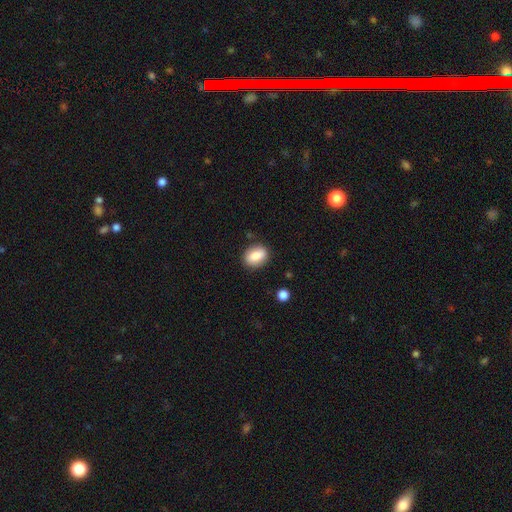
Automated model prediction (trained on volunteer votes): smooth 81%, featured or disk 12%, star or artifact 8%. Down the decision tree: how rounded — in between (70%); merging — none (85%).